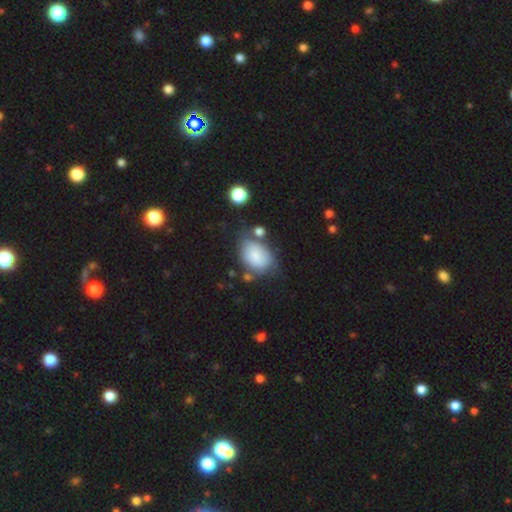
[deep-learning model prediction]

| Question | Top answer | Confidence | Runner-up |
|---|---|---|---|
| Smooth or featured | smooth | 71% | featured or disk (21%) |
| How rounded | in between | 79% | round (20%) |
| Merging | none | 48% | minor disturbance (25%) |